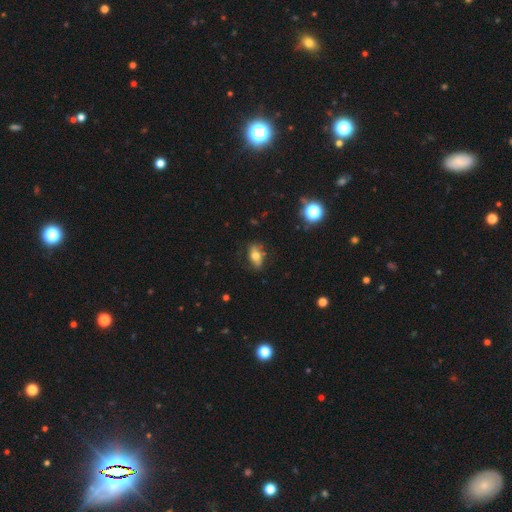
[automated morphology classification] smooth-or-featured: smooth: 60% | featured or disk: 30% | star or artifact: 11%
  how-rounded: in between: 81% | round: 11% | cigar-shaped: 8%
  merging: none: 72% | minor disturbance: 20% | major disturbance: 6% | merger: 2%